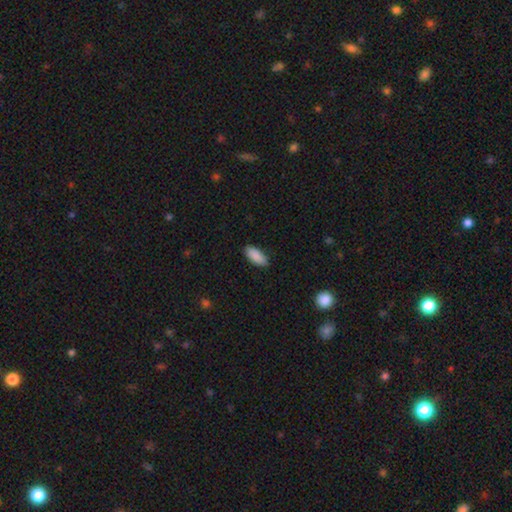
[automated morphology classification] This is clearly a smooth galaxy (90%). How rounded: clearly in between (83%). Merging: clearly none (86%).